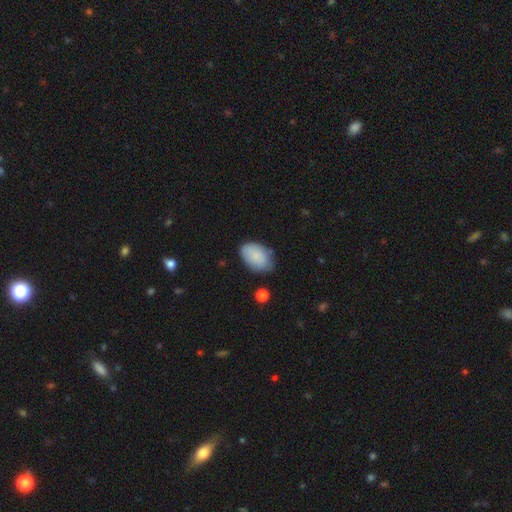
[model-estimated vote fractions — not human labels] Smooth or featured? Predicted: smooth (p=0.82). How rounded? Predicted: in between (p=0.89). Merging? Predicted: none (p=0.67).